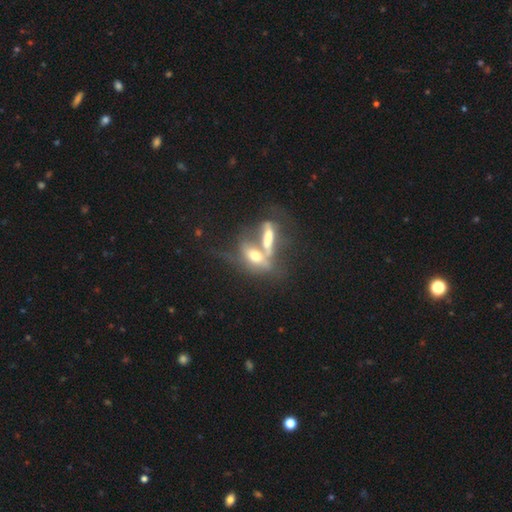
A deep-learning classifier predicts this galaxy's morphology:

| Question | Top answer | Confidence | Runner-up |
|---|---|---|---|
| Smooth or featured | featured or disk | 55% | smooth (29%) |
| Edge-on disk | no | 50% | tied: yes (50%) |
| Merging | merger | 66% | none (21%) |